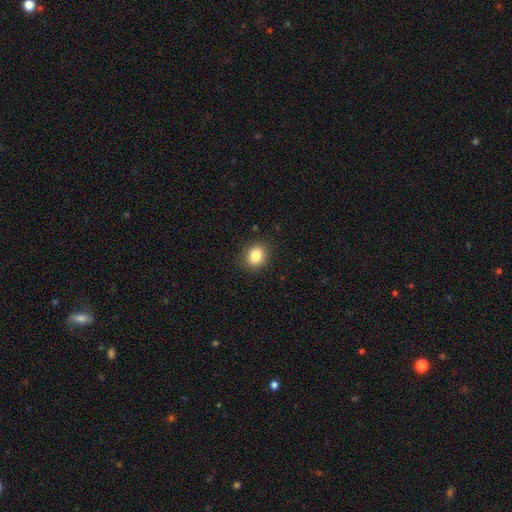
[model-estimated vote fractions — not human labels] Morphology: type=smooth (84%); roundness=round (63%); merging=none (88%).